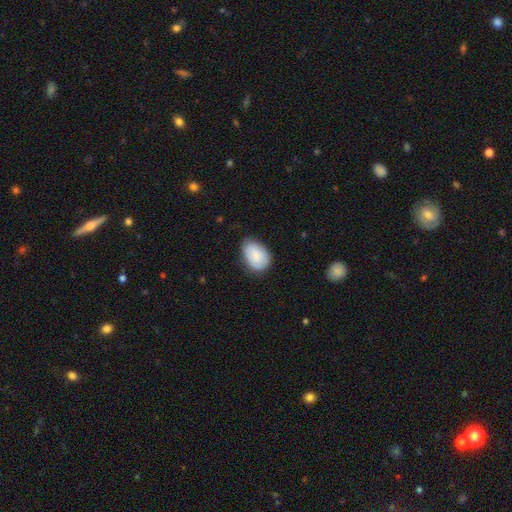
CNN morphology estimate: Overall: smooth (84%). How rounded: in between (84%). Merging: none (67%; minor disturbance 27%).